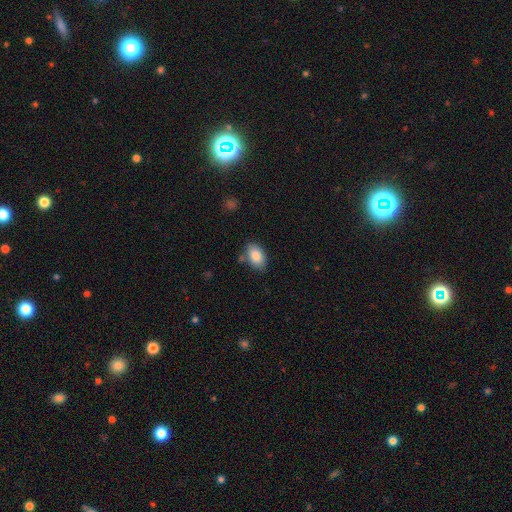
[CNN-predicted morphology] Overall: smooth (86%). How rounded: in between (90%). Merging: none (76%).